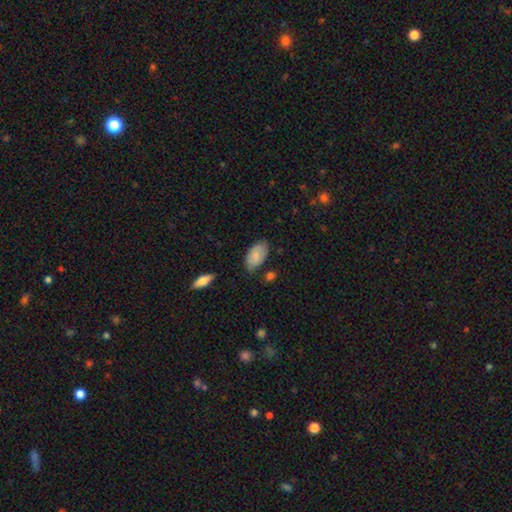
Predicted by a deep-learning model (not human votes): Morphology: type=smooth (81%); roundness=in between (95%); merging=none (72%).